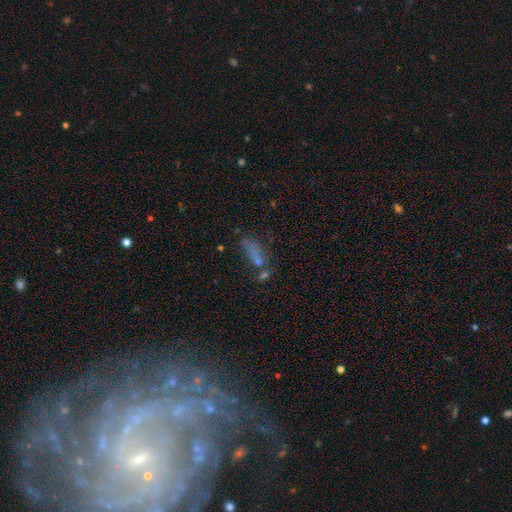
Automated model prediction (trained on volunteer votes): Smooth or featured? Predicted: smooth (p=0.51). How rounded? Predicted: in between (p=0.64). Merging? Predicted: none (p=0.36).